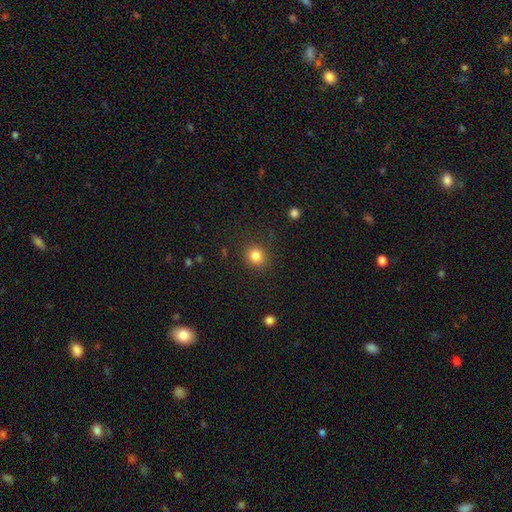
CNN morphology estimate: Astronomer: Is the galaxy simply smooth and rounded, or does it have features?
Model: smooth — 84%.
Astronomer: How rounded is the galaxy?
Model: round — 82%.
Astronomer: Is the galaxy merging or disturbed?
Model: none — 85%.